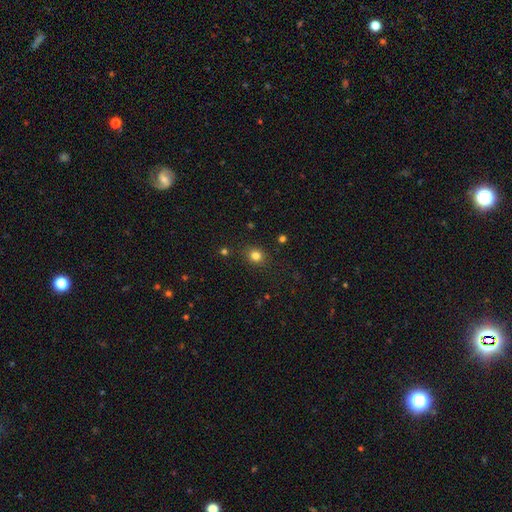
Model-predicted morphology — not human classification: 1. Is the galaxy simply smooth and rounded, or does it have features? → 81% smooth, 14% star or artifact, 5% featured or disk.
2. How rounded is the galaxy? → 78% round, 21% in between, 1% cigar-shaped.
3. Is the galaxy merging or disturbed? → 87% none, 9% minor disturbance, 3% major disturbance, 2% merger.